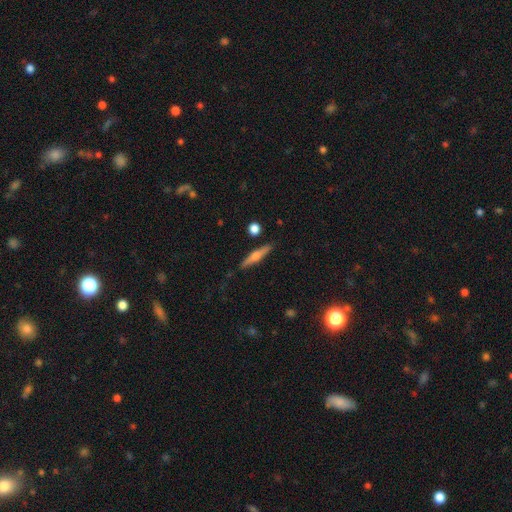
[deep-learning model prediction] Overall: featured or disk (61%; smooth 32%). Edge-on disk: yes (97%). Edge-on bulge: rounded (88%). Merging: none (88%).